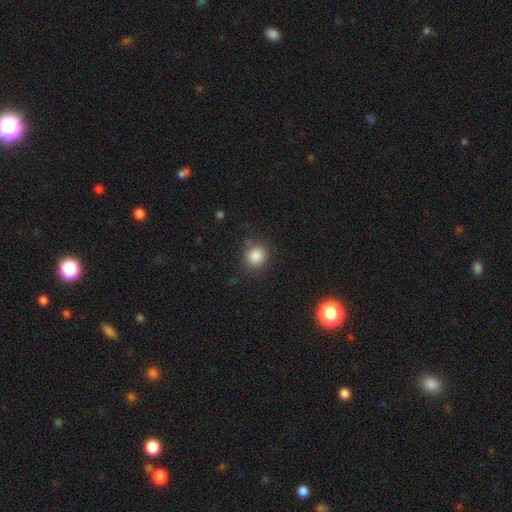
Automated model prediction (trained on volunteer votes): The model was most divided on "merging": none: 82%, minor disturbance: 12%, major disturbance: 4%, merger: 2%. More confident: how rounded — round (87%); smooth or featured — smooth (86%).